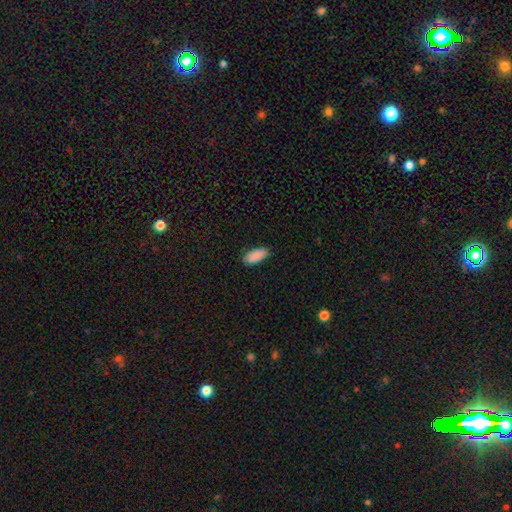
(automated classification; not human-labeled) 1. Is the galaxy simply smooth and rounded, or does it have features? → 90% smooth, 7% star or artifact, 4% featured or disk.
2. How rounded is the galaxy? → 87% in between, 11% cigar-shaped, 2% round.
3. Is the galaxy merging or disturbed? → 85% none, 12% minor disturbance, 2% major disturbance, 1% merger.